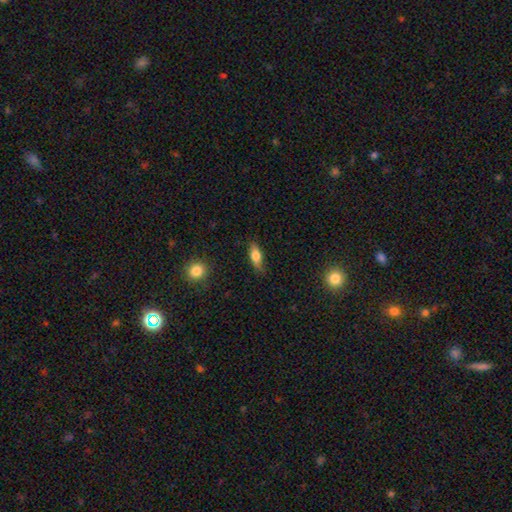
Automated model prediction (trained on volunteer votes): The model was most divided on "how rounded": in between: 70%, cigar-shaped: 26%, round: 4%. More confident: merging — none (76%); smooth or featured — smooth (72%).